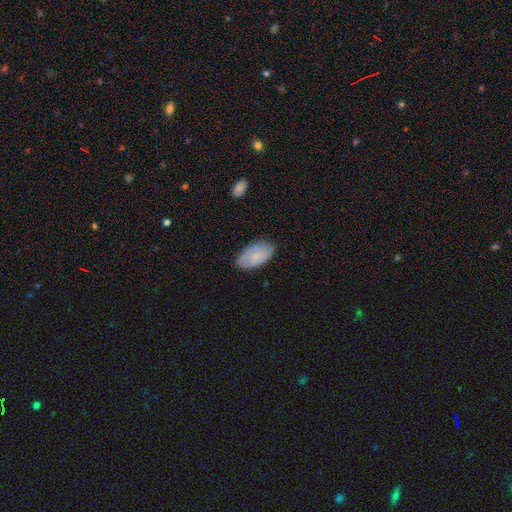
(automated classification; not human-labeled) smooth_or_featured: smooth (p=0.64) [alt: featured or disk p=0.29]
how_rounded: in between (p=0.94) [alt: round p=0.04]
merging: none (p=0.82) [alt: minor disturbance p=0.14]